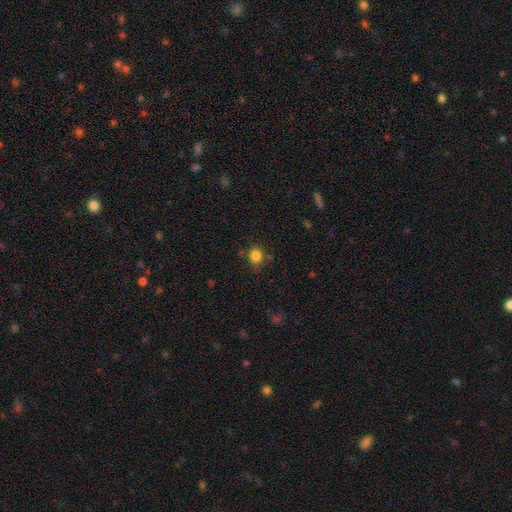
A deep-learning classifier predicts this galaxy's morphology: Smooth or featured? smooth (84%)
How rounded? round (59%)
Merging? none (77%)